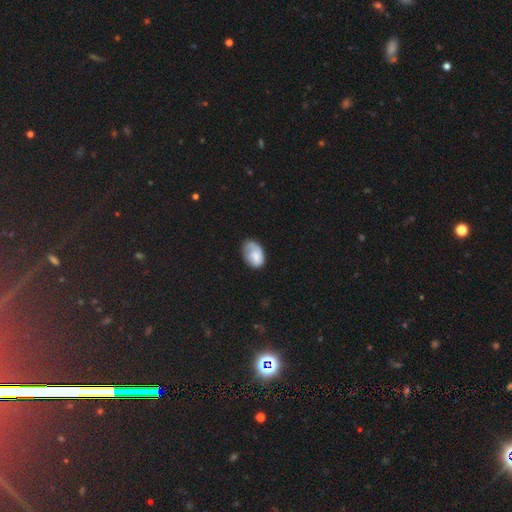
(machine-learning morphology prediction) Smooth or featured? smooth (72%)
How rounded? in between (87%)
Merging? none (52%)